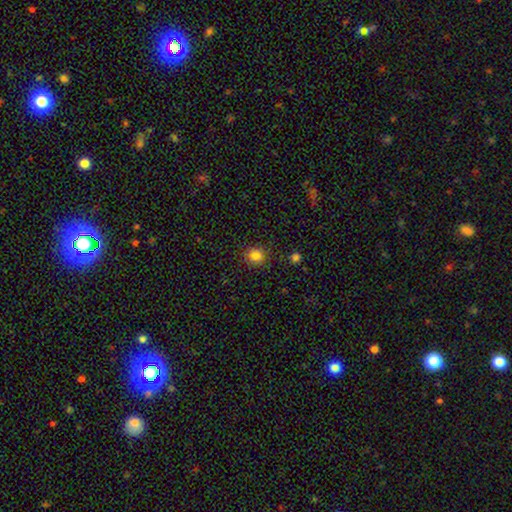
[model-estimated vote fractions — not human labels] Smooth or featured?
  - smooth: 82% *
  - star or artifact: 13%
  - featured or disk: 5%
How rounded?
  - round: 88% *
  - in between: 11%
  - cigar-shaped: 1%
Merging?
  - none: 89% *
  - minor disturbance: 8%
  - major disturbance: 2%
  - merger: 1%